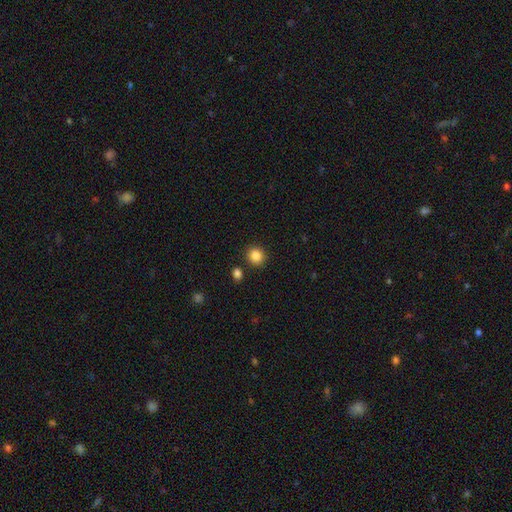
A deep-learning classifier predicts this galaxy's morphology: This appears to be a smooth galaxy with no disk features (86%) that is round (89%). Merging: none (88%).